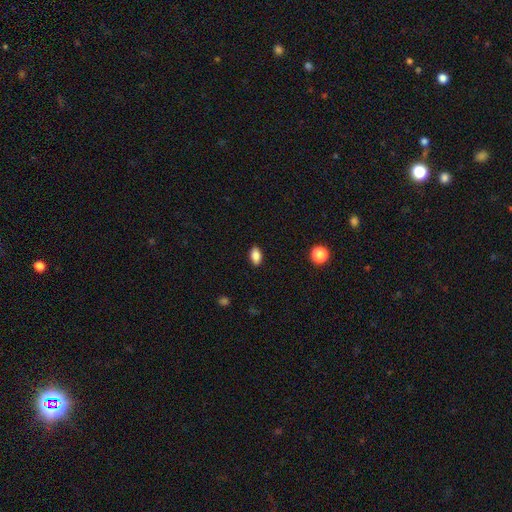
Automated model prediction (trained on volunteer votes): A smooth galaxy with no disk features (86%) that is in between round and cigar-shaped (90%).

Vote fractions:
- Smooth or featured? smooth: 86% / star or artifact: 9% / featured or disk: 6%
- How rounded? in between: 90% / round: 6% / cigar-shaped: 4%
- Merging? none: 89% / minor disturbance: 8% / major disturbance: 2% / merger: 1%